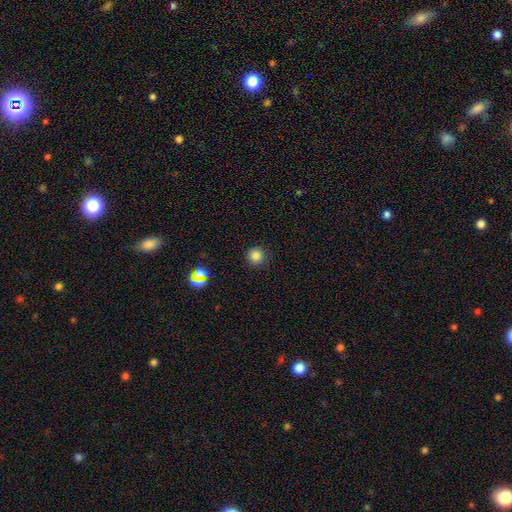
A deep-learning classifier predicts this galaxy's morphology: Q: Smooth or featured?
A: smooth (81%); runner-up: star or artifact (15%)
Q: How rounded?
A: round (95%); runner-up: in between (4%)
Q: Merging?
A: none (89%); runner-up: minor disturbance (7%)